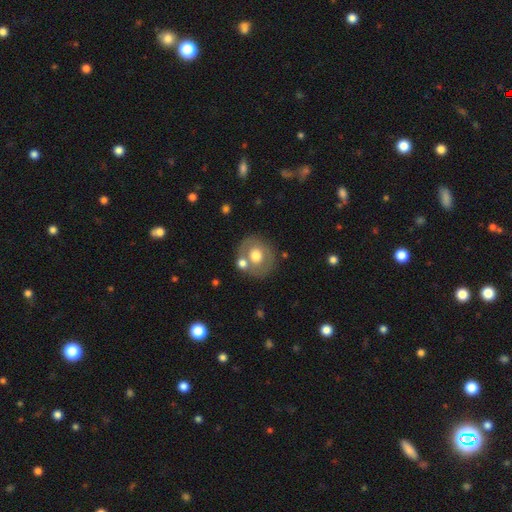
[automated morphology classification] Smooth or featured?
  - smooth: 54% *
  - featured or disk: 38%
  - star or artifact: 8%
How rounded?
  - round: 76% *
  - in between: 23%
  - cigar-shaped: 1%
Merging?
  - none: 67% *
  - merger: 16%
  - minor disturbance: 12%
  - major disturbance: 5%